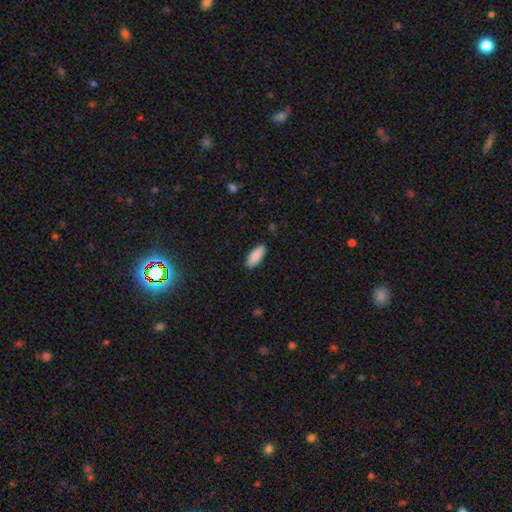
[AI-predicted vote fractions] smooth-or-featured: smooth: 90% | star or artifact: 6% | featured or disk: 4%
  how-rounded: in between: 82% | cigar-shaped: 17% | round: 2%
  merging: none: 89% | minor disturbance: 8% | major disturbance: 2% | merger: 1%